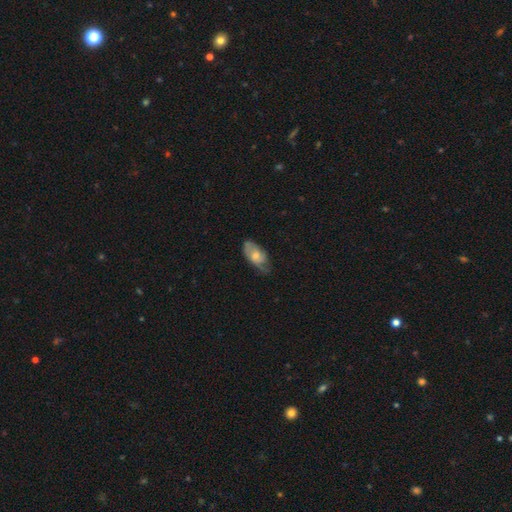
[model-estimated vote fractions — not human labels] smooth 53%, featured or disk 41%, star or artifact 6%. Down the decision tree: how rounded — in between (91%); merging — none (54%).